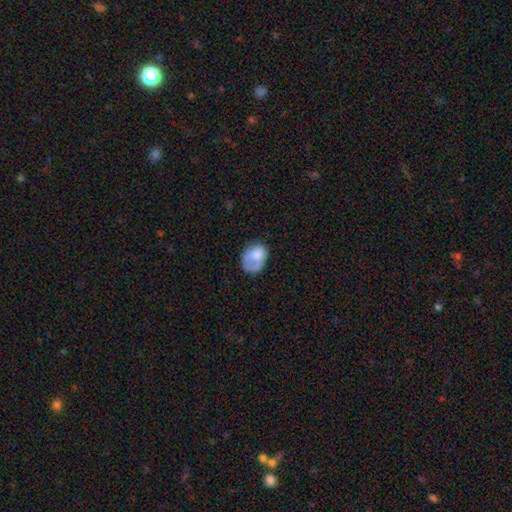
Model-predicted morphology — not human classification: A smooth galaxy with no disk features (69%) that is in between round and cigar-shaped (68%). Merging: none (39%).